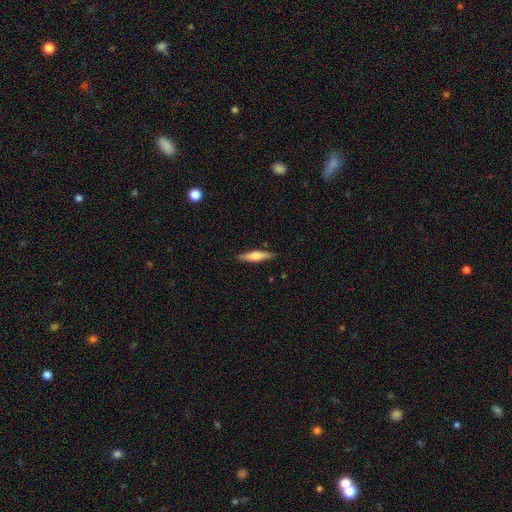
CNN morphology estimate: smooth 51%, featured or disk 44%, star or artifact 6%. Down the decision tree: how rounded — cigar-shaped (80%); merging — none (89%).